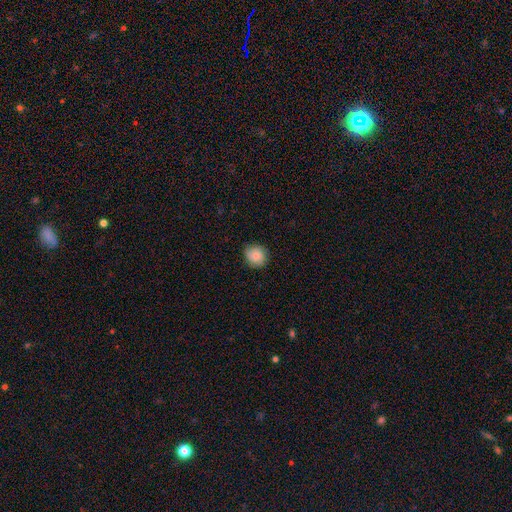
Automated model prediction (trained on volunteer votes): Smooth or featured: smooth — 83% (featured or disk — 9%)
How rounded: round — 84% (in between — 15%)
Merging: none — 83% (minor disturbance — 13%)